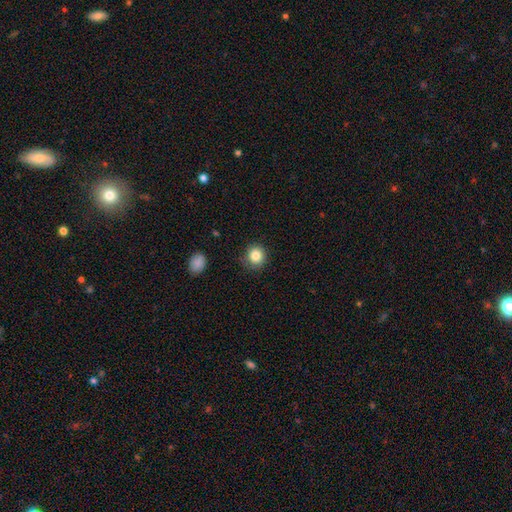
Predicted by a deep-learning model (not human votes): A smooth galaxy with no disk features (85%) that is round (88%). Merging: none (82%).